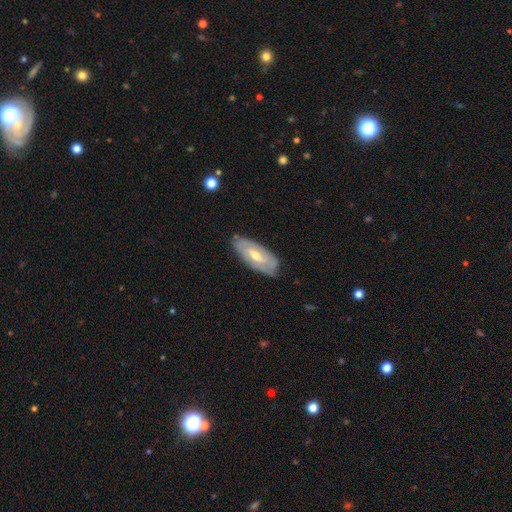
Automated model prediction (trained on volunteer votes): A featured or disk galaxy (61%) with a weak bar (47%), spiral arms (61%) and a moderate central bulge (64%).

Vote fractions:
- Smooth or featured? featured or disk: 61% / smooth: 33% / star or artifact: 6%
- Edge-on disk? no: 86% / yes: 14%
- Bar? weak: 47% / no: 33% / strong: 19%
- Spiral arms? yes: 61% / no: 39%
- Bulge size? moderate: 64% / small: 30% / large: 4% / none: 1% / dominant: 1%
- Merging? none: 80% / minor disturbance: 15% / major disturbance: 3% / merger: 1%